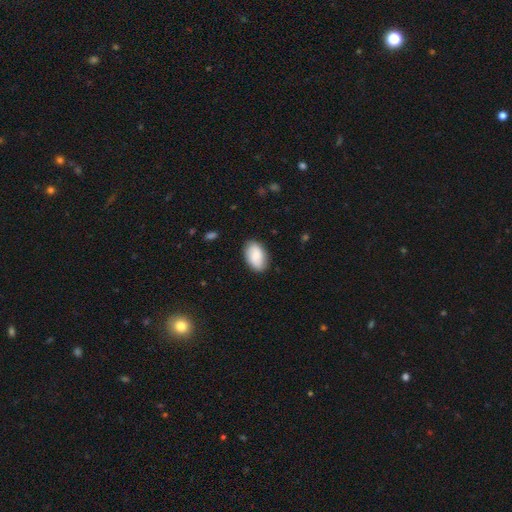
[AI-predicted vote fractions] This appears to be a smooth galaxy with no disk features (75%) that is in between round and cigar-shaped (93%). Merging: none (85%).